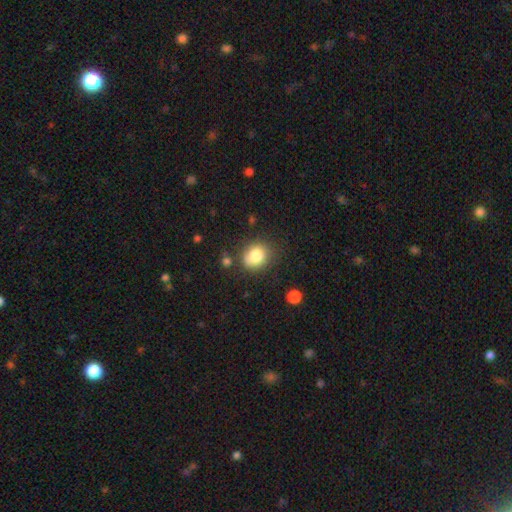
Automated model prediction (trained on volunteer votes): Smooth or featured?
  - smooth: 81% *
  - star or artifact: 10%
  - featured or disk: 9%
How rounded?
  - round: 66% *
  - in between: 33%
  - cigar-shaped: 1%
Merging?
  - none: 73% *
  - minor disturbance: 18%
  - major disturbance: 5%
  - merger: 5%